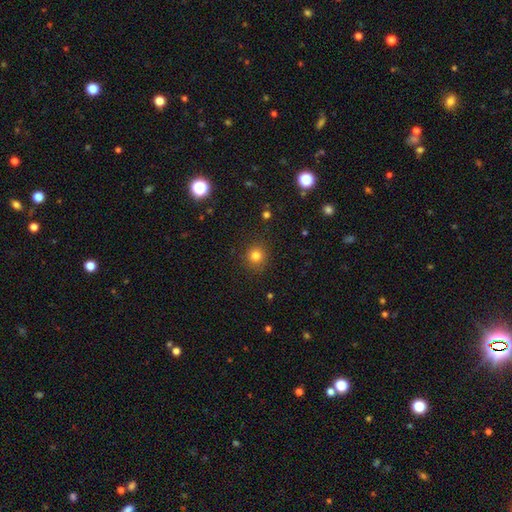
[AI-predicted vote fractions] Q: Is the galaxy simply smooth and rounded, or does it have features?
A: smooth — 81%.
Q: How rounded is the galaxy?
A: round — 91%.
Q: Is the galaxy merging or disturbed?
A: none — 88%.